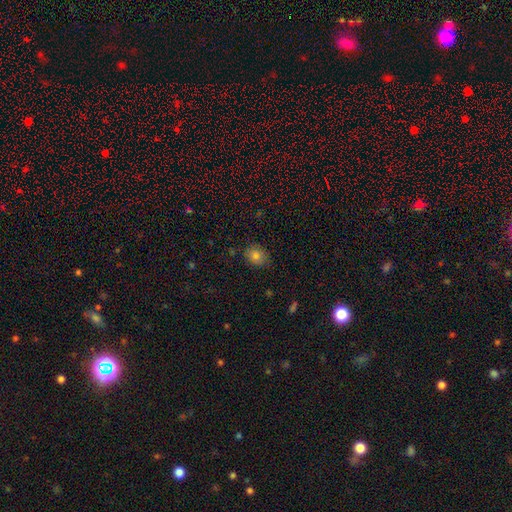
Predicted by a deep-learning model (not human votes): A smooth galaxy with no disk features (81%) that is round (52%). Merging: none (83%).